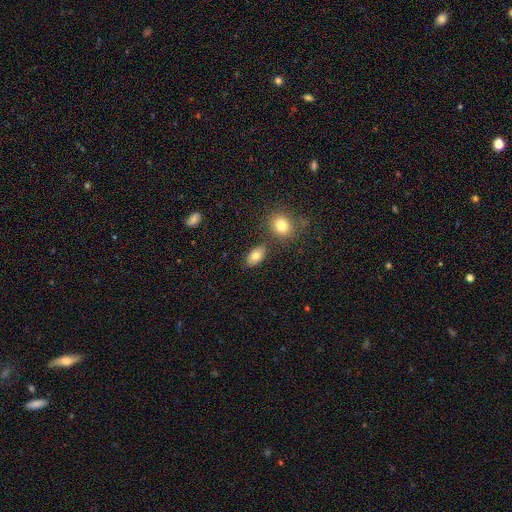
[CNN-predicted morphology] type=smooth (79%); roundness=in between (88%); merging=none (79%).